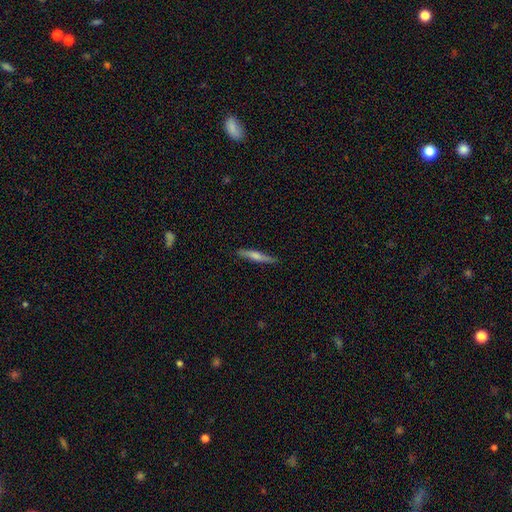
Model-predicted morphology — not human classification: smooth_or_featured: featured or disk (p=0.61) [alt: smooth p=0.32]
disk_edge_on: yes (p=0.96) [alt: no p=0.04]
edge_on_bulge: rounded (p=0.79) [alt: none p=0.13]
merging: none (p=0.88) [alt: minor disturbance p=0.09]